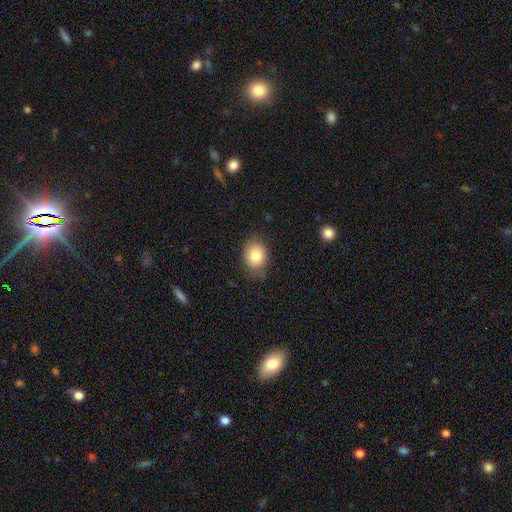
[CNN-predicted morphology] smooth 83%, featured or disk 9%, star or artifact 9%. Down the decision tree: how rounded — in between (53%); merging — none (76%).